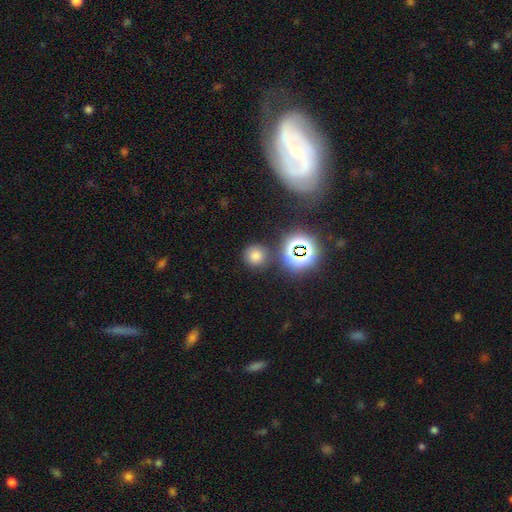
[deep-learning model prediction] smooth-or-featured: smooth: 71% | star or artifact: 22% | featured or disk: 7%
  how-rounded: round: 91% | in between: 8% | cigar-shaped: 1%
  merging: none: 80% | minor disturbance: 9% | merger: 7% | major disturbance: 4%